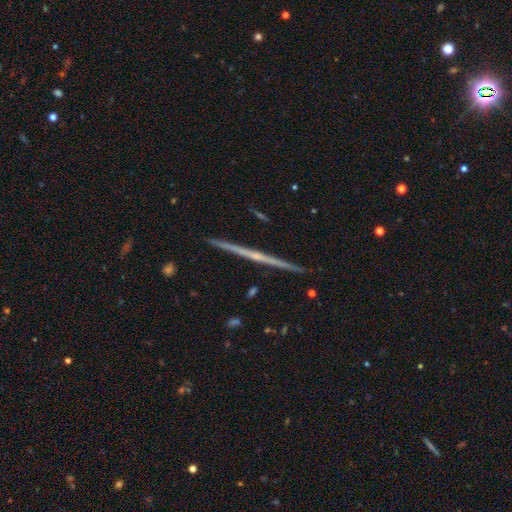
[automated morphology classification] Smooth or featured?
  - featured or disk: 79% *
  - smooth: 15%
  - star or artifact: 6%
Edge-on disk?
  - yes: 99% *
  - no: 1%
Edge-on bulge?
  - none: 55% *
  - rounded: 40%
  - boxy: 5%
Merging?
  - none: 93% *
  - minor disturbance: 5%
  - merger: 1%
  - major disturbance: 1%